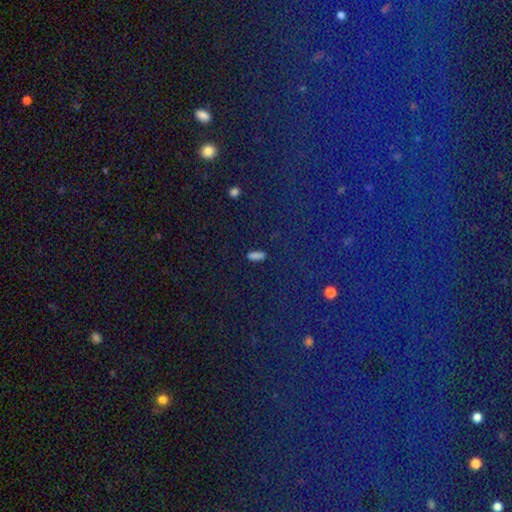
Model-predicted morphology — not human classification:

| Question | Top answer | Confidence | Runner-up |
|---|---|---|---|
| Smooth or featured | smooth | 56% | star or artifact (34%) |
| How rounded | in between | 62% | cigar-shaped (27%) |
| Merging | none | 84% | minor disturbance (9%) |